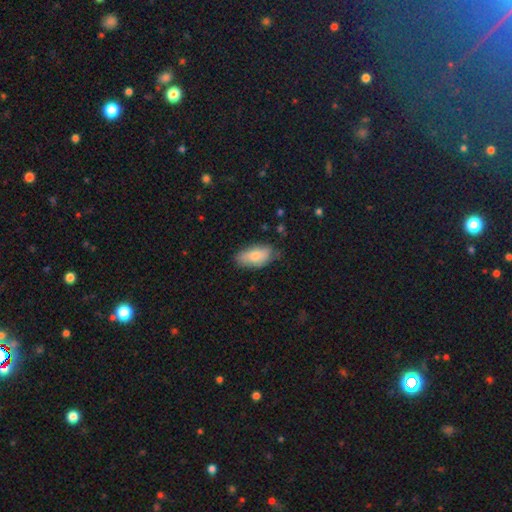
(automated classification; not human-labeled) Overall: smooth (80%). How rounded: in between (91%). Merging: none (65%; minor disturbance 27%).